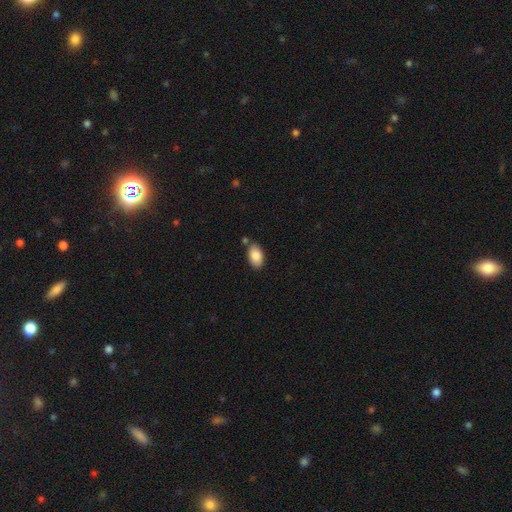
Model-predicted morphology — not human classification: Smooth or featured?
  - smooth: 87% *
  - featured or disk: 7%
  - star or artifact: 7%
How rounded?
  - in between: 94% *
  - round: 4%
  - cigar-shaped: 2%
Merging?
  - none: 78% *
  - minor disturbance: 13%
  - merger: 6%
  - major disturbance: 3%